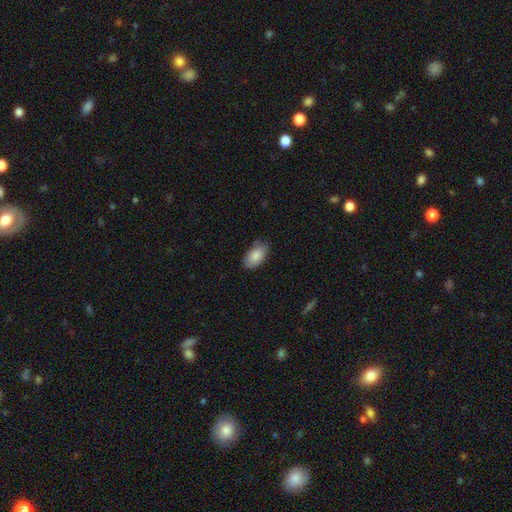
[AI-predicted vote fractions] A smooth galaxy with no disk features (87%) that is in between round and cigar-shaped (94%).

Vote fractions:
- Smooth or featured? smooth: 87% / featured or disk: 7% / star or artifact: 6%
- How rounded? in between: 94% / round: 4% / cigar-shaped: 2%
- Merging? none: 81% / minor disturbance: 15% / major disturbance: 3% / merger: 1%